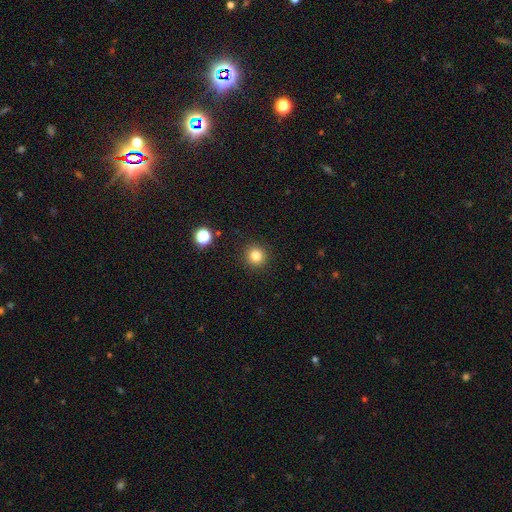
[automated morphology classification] Smooth or featured: smooth — 81% (star or artifact — 13%)
How rounded: round — 94% (in between — 5%)
Merging: none — 92% (minor disturbance — 5%)